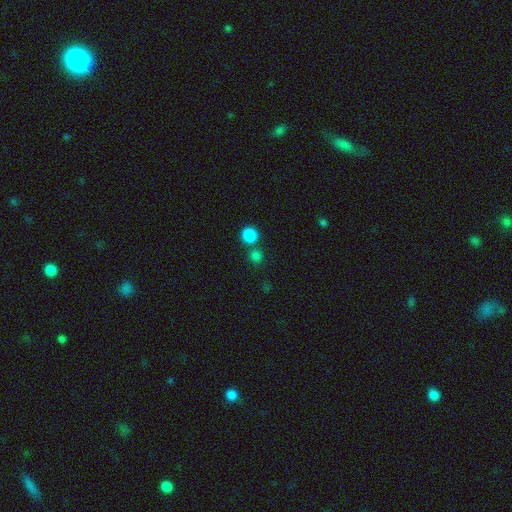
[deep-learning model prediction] smooth 81%, star or artifact 14%, featured or disk 4%. Down the decision tree: how rounded — round (91%); merging — none (68%).